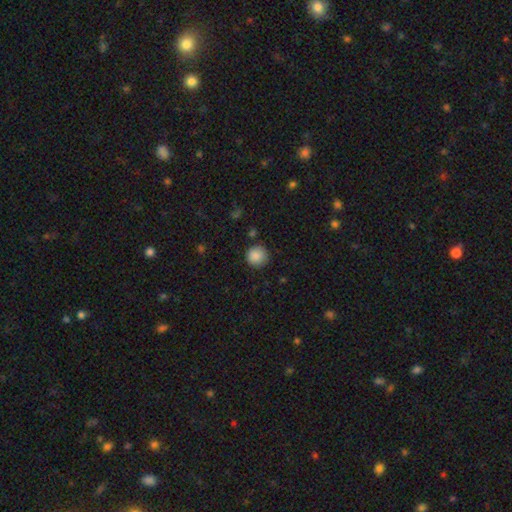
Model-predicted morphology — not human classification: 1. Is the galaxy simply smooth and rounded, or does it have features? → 88% smooth, 9% star or artifact, 3% featured or disk.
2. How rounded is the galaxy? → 94% round, 5% in between, 1% cigar-shaped.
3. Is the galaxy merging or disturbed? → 87% none, 9% minor disturbance, 2% major disturbance, 2% merger.